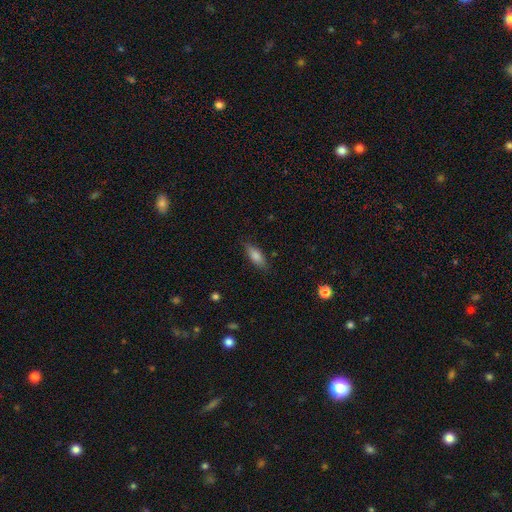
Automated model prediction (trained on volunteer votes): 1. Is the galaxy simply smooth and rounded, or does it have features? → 75% smooth, 17% featured or disk, 7% star or artifact.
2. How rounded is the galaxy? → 62% in between, 35% cigar-shaped, 3% round.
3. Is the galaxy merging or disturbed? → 81% none, 14% minor disturbance, 3% major disturbance, 1% merger.